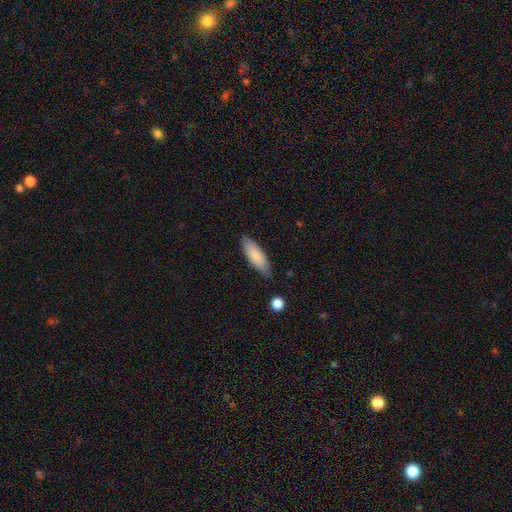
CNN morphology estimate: Overall: smooth (85%). How rounded: in between (59%; cigar-shaped 40%). Merging: none (83%).